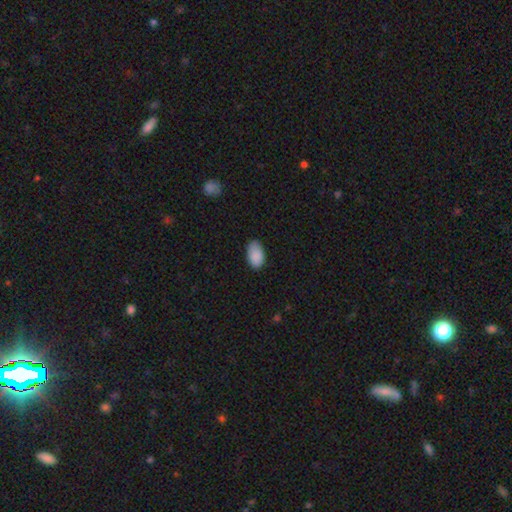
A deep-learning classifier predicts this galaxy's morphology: Smooth or featured: smooth — 89% (star or artifact — 7%)
How rounded: in between — 94% (round — 5%)
Merging: none — 76% (minor disturbance — 20%)